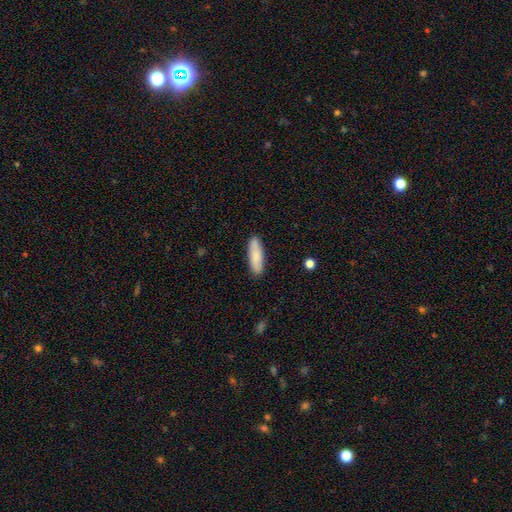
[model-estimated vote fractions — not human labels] Smooth or featured? Predicted: smooth (p=0.82). How rounded? Predicted: in between (p=0.51). Merging? Predicted: none (p=0.87).